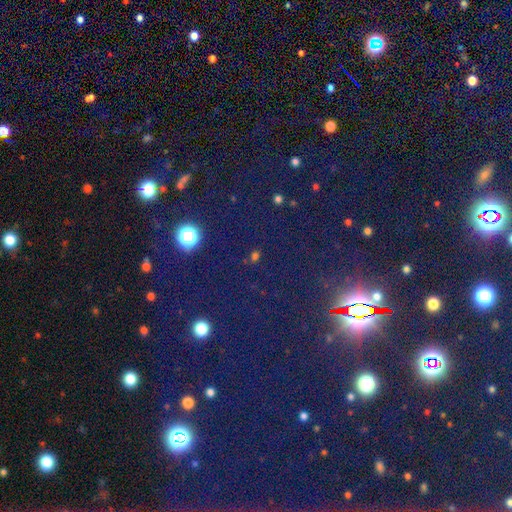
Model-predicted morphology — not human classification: This is likely a star or artifact rather than a galaxy (76%).